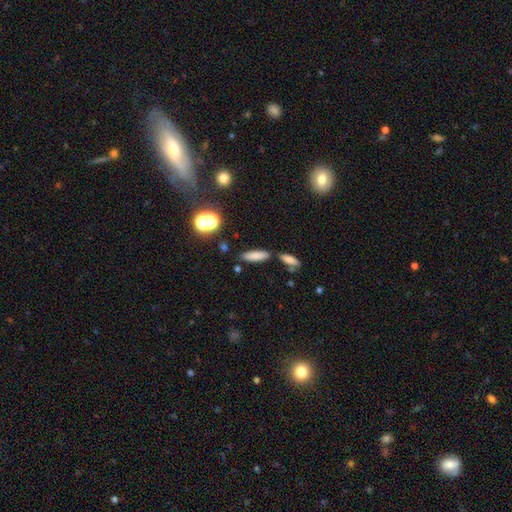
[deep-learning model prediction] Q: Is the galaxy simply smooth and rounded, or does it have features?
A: smooth — 78%.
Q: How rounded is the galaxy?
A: cigar-shaped — 63%.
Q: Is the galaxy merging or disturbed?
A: none — 75%.